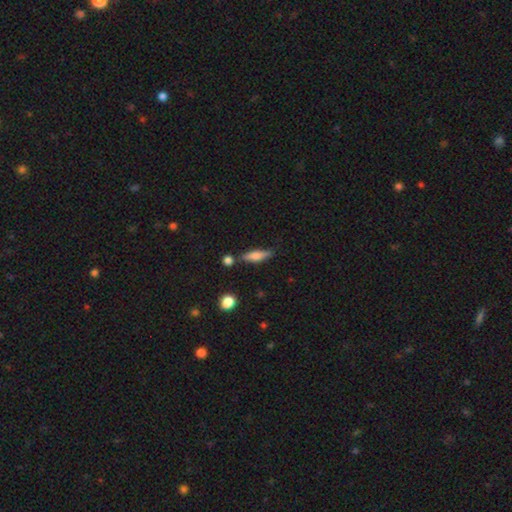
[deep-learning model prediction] A smooth galaxy with no disk features (61%) that is cigar-shaped (66%).

Vote fractions:
- Smooth or featured? smooth: 61% / featured or disk: 32% / star or artifact: 8%
- How rounded? cigar-shaped: 66% / in between: 31% / round: 3%
- Merging? none: 72% / minor disturbance: 15% / merger: 9% / major disturbance: 4%